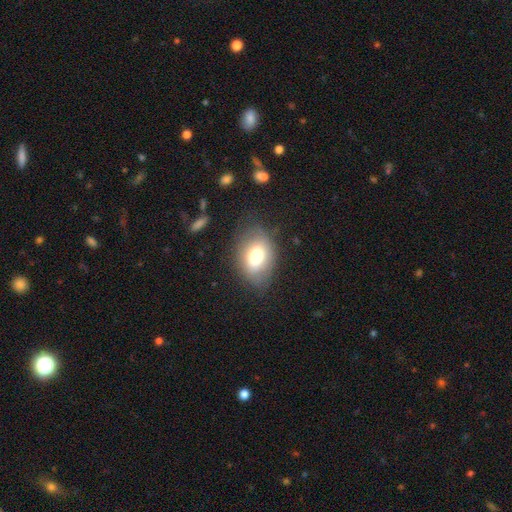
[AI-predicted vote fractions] Smooth or featured: smooth — 72% (featured or disk — 19%)
How rounded: in between — 78% (round — 21%)
Merging: none — 71% (minor disturbance — 19%)